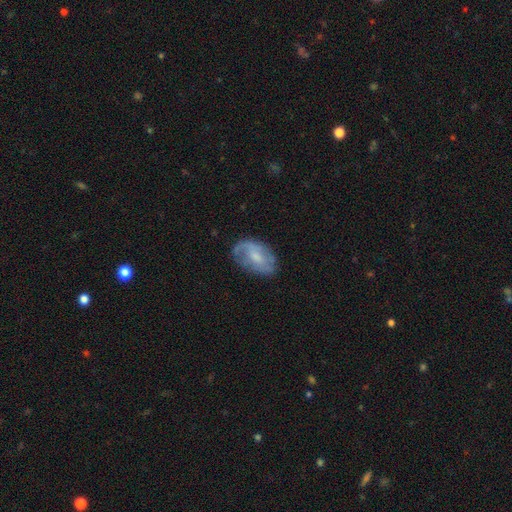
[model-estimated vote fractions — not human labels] Smooth or featured?
  - featured or disk: 53% *
  - smooth: 40%
  - star or artifact: 7%
Edge-on disk?
  - no: 95% *
  - yes: 5%
Bar?
  - no: 48% *
  - weak: 44%
  - strong: 8%
Spiral arms?
  - yes: 72% *
  - no: 28%
Bulge size?
  - moderate: 42% *
  - small: 38%
  - none: 14%
  - large: 5%
  - dominant: 1%
Merging?
  - none: 62% *
  - minor disturbance: 25%
  - major disturbance: 11%
  - merger: 2%